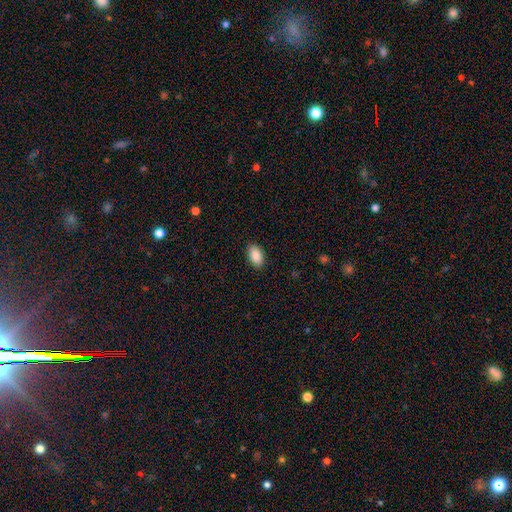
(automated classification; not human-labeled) A smooth galaxy with no disk features (89%) that is in between round and cigar-shaped (93%).

Vote fractions:
- Smooth or featured? smooth: 89% / star or artifact: 7% / featured or disk: 4%
- How rounded? in between: 93% / round: 5% / cigar-shaped: 2%
- Merging? none: 89% / minor disturbance: 8% / major disturbance: 2% / merger: 1%